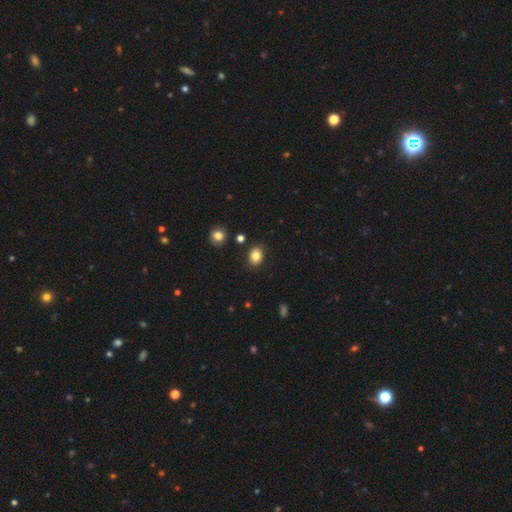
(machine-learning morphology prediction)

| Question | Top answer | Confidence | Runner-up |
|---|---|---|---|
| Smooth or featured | smooth | 83% | star or artifact (10%) |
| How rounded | in between | 57% | round (42%) |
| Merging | none | 86% | minor disturbance (9%) |